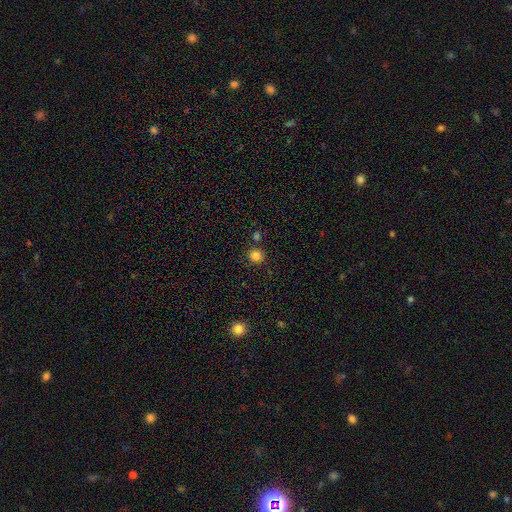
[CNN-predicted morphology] smooth-or-featured: smooth: 83% | star or artifact: 12% | featured or disk: 5%
  how-rounded: round: 91% | in between: 8% | cigar-shaped: 1%
  merging: none: 83% | minor disturbance: 8% | merger: 7% | major disturbance: 2%